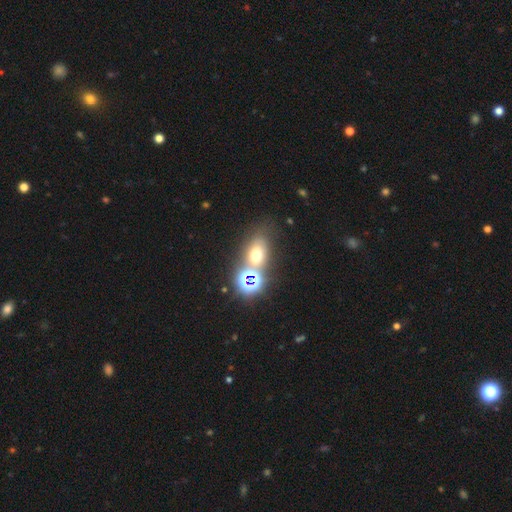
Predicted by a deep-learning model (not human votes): Smooth or featured: smooth — 52% (star or artifact — 32%)
How rounded: in between — 66% (round — 32%)
Merging: none — 54% (merger — 25%)